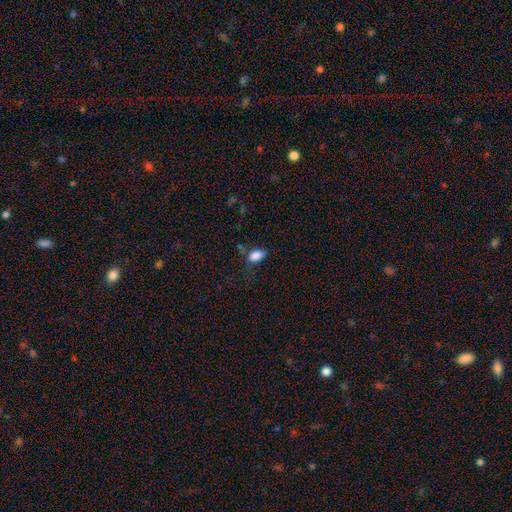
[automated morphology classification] Smooth or featured?
  - smooth: 87% *
  - star or artifact: 9%
  - featured or disk: 4%
How rounded?
  - in between: 90% *
  - round: 8%
  - cigar-shaped: 2%
Merging?
  - none: 59% *
  - minor disturbance: 26%
  - major disturbance: 10%
  - merger: 5%